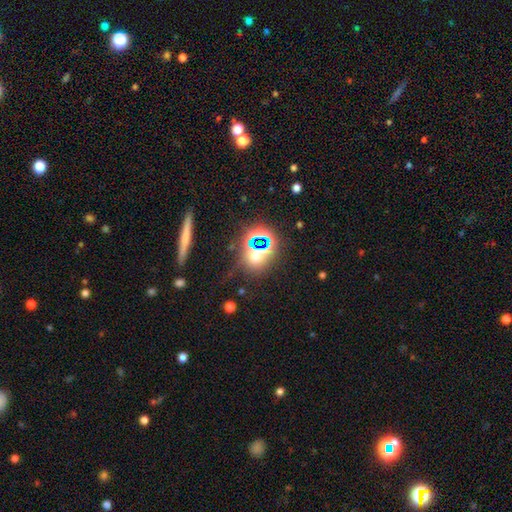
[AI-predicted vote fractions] This appears to be a star or artifact, not a galaxy (50%).